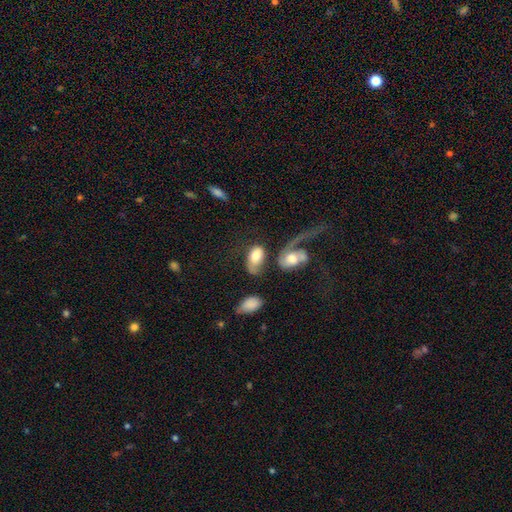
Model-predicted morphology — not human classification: Smooth or featured? smooth (63%)
How rounded? in between (89%)
Merging? merger (35%)